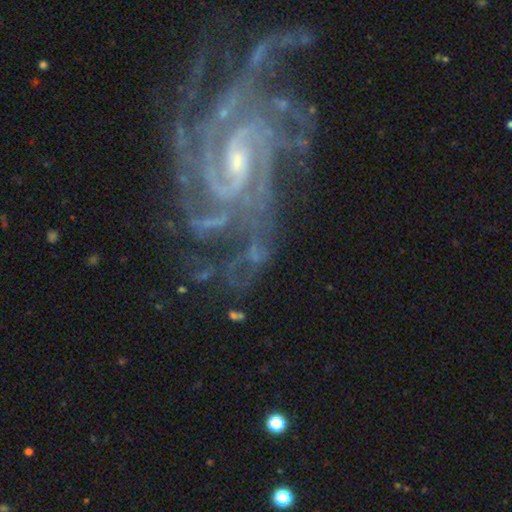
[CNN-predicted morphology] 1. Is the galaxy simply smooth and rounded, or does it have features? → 85% featured or disk, 9% star or artifact, 6% smooth.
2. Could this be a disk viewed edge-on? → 97% no, 3% yes.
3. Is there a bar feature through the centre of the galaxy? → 41% weak, 34% no, 24% strong.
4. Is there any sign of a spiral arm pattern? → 94% yes, 6% no.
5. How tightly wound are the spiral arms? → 48% tight, 40% medium, 13% loose.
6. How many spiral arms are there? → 34% 2, 21% can't tell, 19% 3, 10% 4, 8% more than 4, 8% 1.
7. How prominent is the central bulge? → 65% small, 26% moderate, 6% none, 2% large, 1% dominant.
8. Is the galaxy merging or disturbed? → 47% none, 22% major disturbance, 19% minor disturbance, 12% merger.